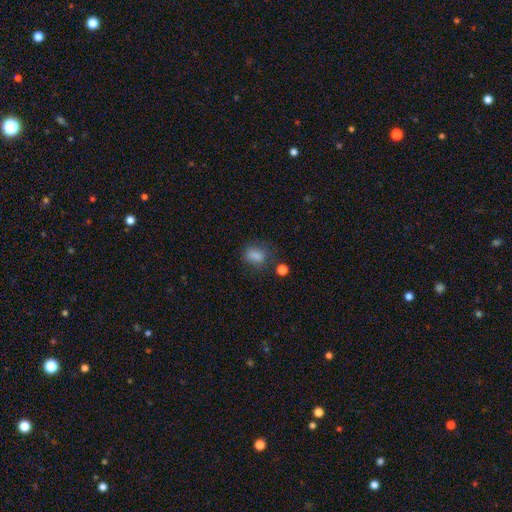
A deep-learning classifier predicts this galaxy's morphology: Smooth or featured?
  - smooth: 82% *
  - star or artifact: 12%
  - featured or disk: 6%
How rounded?
  - in between: 70% *
  - round: 28%
  - cigar-shaped: 3%
Merging?
  - none: 65% *
  - minor disturbance: 20%
  - major disturbance: 9%
  - merger: 5%